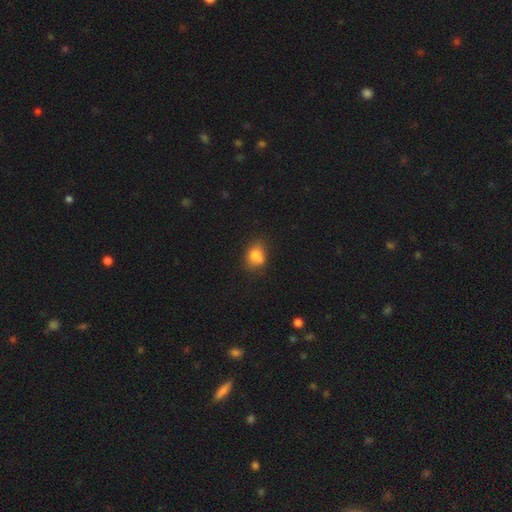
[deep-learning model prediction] smooth-or-featured: smooth: 79% | star or artifact: 11% | featured or disk: 10%
  how-rounded: in between: 54% | round: 45% | cigar-shaped: 1%
  merging: none: 50% | minor disturbance: 29% | merger: 13% | major disturbance: 9%